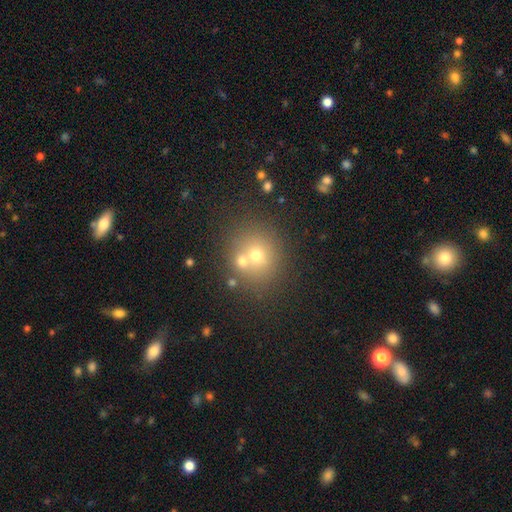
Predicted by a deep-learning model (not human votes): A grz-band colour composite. It shows a smooth galaxy with no disk features (64%) that is round (87%). Merging: none (56%).